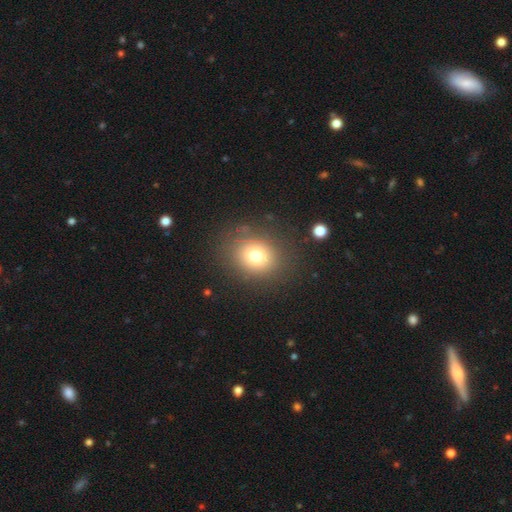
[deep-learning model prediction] This appears to be a smooth galaxy with no disk features (75%) that is round (70%). Merging: none (82%).